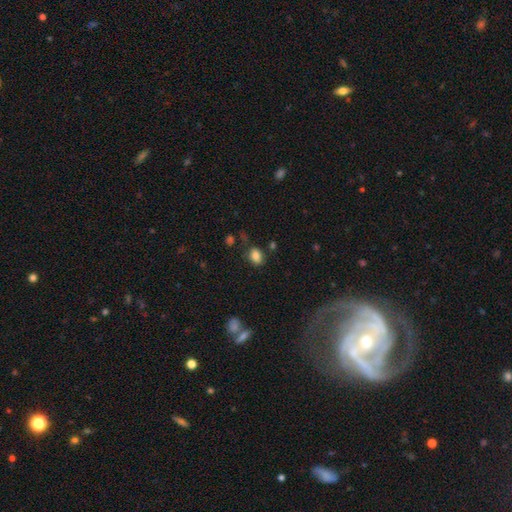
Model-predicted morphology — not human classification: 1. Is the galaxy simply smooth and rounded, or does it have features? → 84% smooth, 11% star or artifact, 5% featured or disk.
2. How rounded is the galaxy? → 69% in between, 30% round, 1% cigar-shaped.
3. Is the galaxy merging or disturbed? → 73% none, 17% minor disturbance, 6% major disturbance, 4% merger.